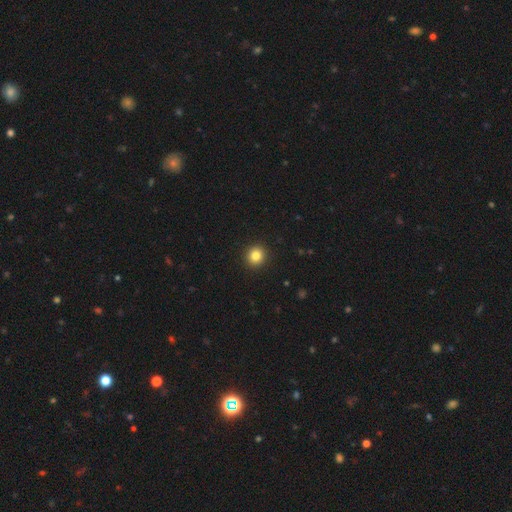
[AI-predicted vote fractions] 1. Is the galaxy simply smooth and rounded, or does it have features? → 84% smooth, 11% star or artifact, 6% featured or disk.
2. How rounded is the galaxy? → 91% round, 9% in between, 1% cigar-shaped.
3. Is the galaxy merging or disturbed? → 93% none, 4% minor disturbance, 2% major disturbance, 1% merger.